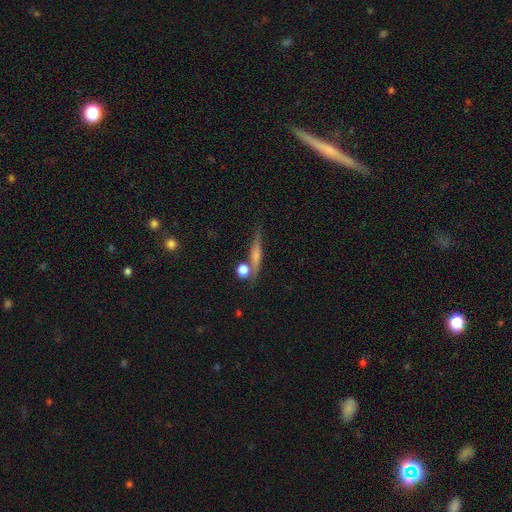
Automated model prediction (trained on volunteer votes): A smooth galaxy with no disk features (48%). Merging: none (69%).